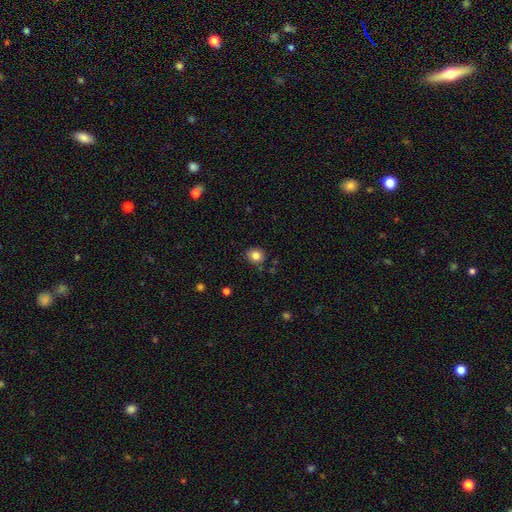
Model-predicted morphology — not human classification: A smooth galaxy with no disk features (84%) that is round (72%). Merging: none (83%).